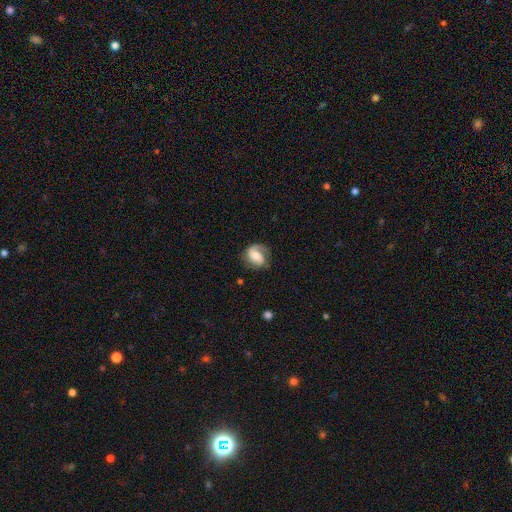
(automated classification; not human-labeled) Smooth or featured: featured or disk — 70% (smooth — 24%)
Edge-on disk: no — 97% (yes — 3%)
Bar: weak — 42% (no — 39%)
Spiral arms: yes — 92% (no — 8%)
Spiral winding: medium — 43% (tight — 30%)
Spiral arm count: 2 — 50% (1 — 42%)
Bulge size: moderate — 49% (small — 29%)
Merging: none — 64% (minor disturbance — 21%)